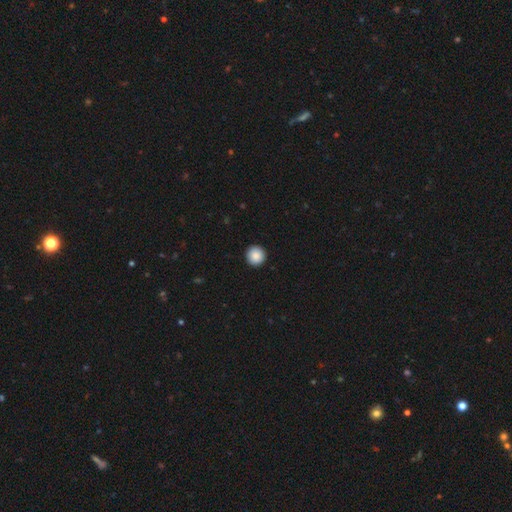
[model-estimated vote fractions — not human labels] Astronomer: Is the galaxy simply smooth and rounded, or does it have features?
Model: smooth — 89%.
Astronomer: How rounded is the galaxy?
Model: round — 96%.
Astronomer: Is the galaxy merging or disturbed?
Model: none — 94%.